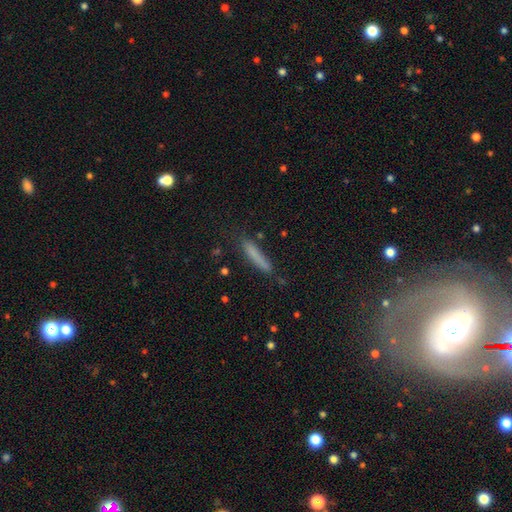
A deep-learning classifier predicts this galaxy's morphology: Smooth or featured? Predicted: smooth (p=0.77). How rounded? Predicted: cigar-shaped (p=0.92). Merging? Predicted: none (p=0.78).